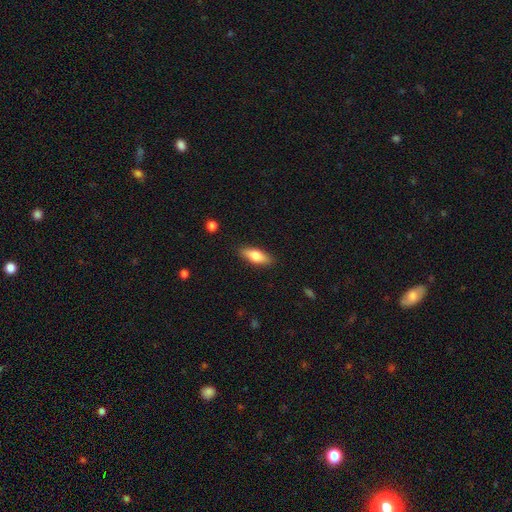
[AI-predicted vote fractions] Q: Smooth or featured?
A: smooth (72%); runner-up: featured or disk (22%)
Q: How rounded?
A: in between (66%); runner-up: cigar-shaped (31%)
Q: Merging?
A: none (87%); runner-up: minor disturbance (9%)